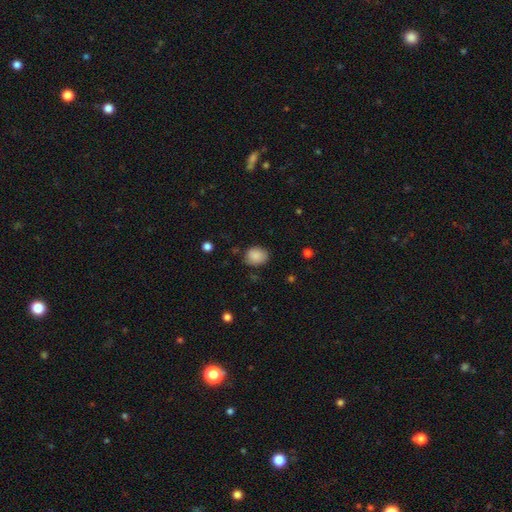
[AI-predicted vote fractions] Q: Smooth or featured?
A: smooth (87%); runner-up: star or artifact (8%)
Q: How rounded?
A: round (50%); runner-up: in between (49%)
Q: Merging?
A: none (77%); runner-up: minor disturbance (17%)